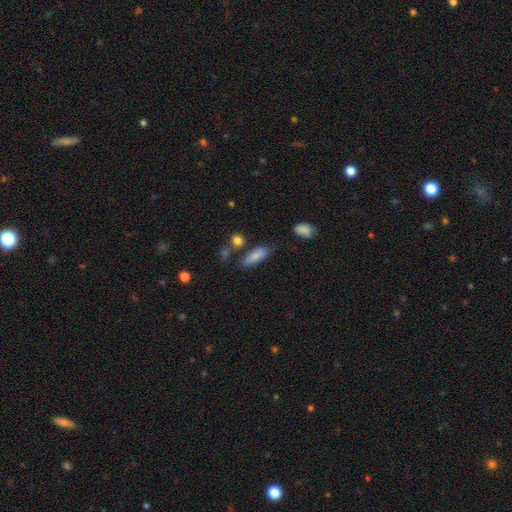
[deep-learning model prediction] Q: Smooth or featured?
A: smooth (82%); runner-up: featured or disk (11%)
Q: How rounded?
A: in between (71%); runner-up: cigar-shaped (26%)
Q: Merging?
A: none (67%); runner-up: minor disturbance (19%)